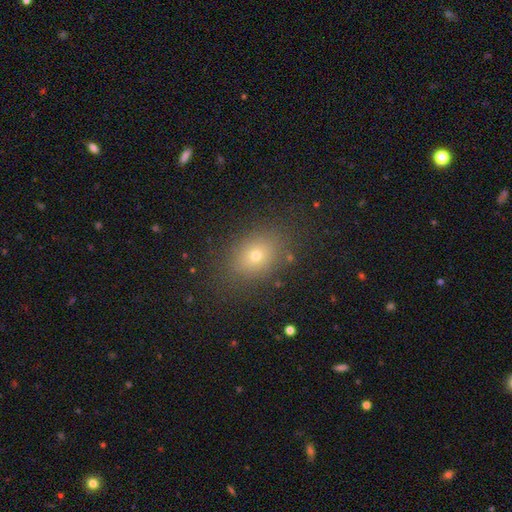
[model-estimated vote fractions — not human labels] Overall: smooth (70%). How rounded: in between (64%; round 35%). Merging: none (83%).